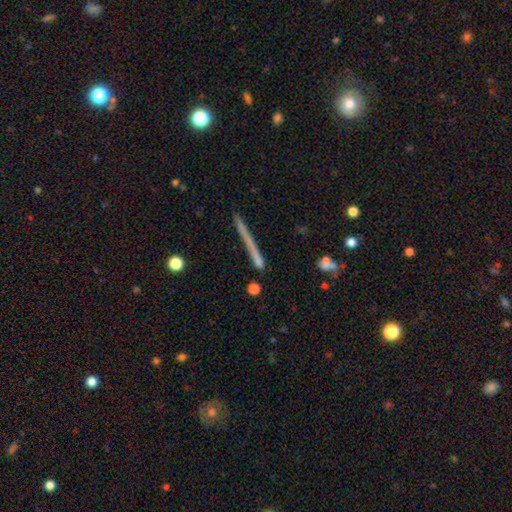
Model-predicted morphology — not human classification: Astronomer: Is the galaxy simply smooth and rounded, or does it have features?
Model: smooth — 55% (runner-up: featured or disk, 32%).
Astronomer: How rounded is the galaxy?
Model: cigar-shaped — 87%.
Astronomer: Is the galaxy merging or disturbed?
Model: none — 69%.